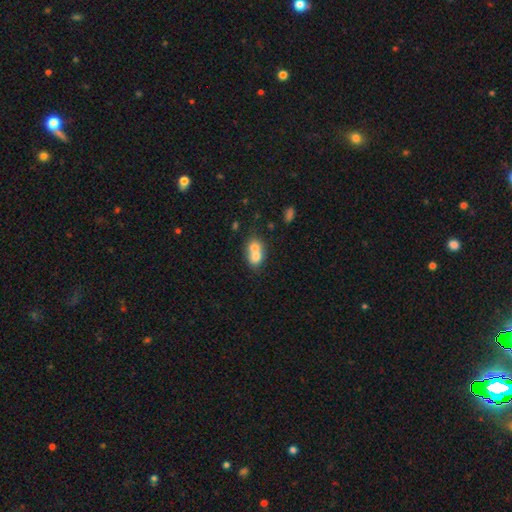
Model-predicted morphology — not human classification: type=smooth (71%); roundness=in between (57%); merging=merger (68%).